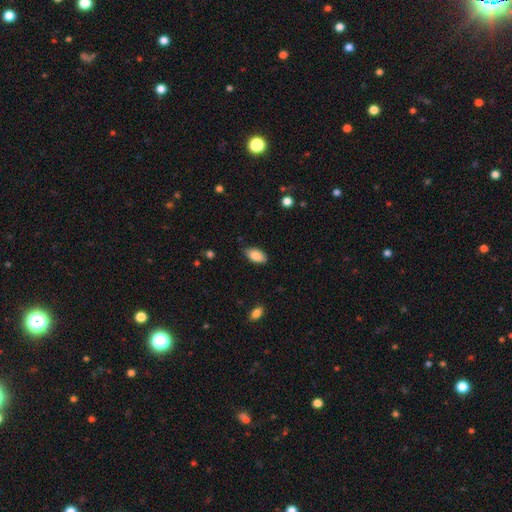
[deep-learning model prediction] smooth 88%, star or artifact 7%, featured or disk 5%. Down the decision tree: how rounded — in between (94%); merging — none (83%).